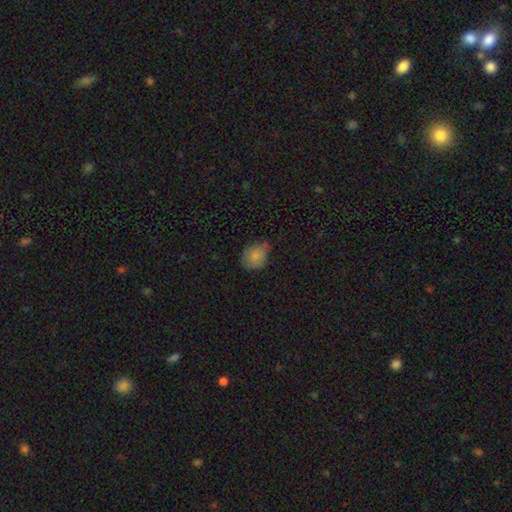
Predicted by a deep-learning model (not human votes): Overall: smooth (80%). How rounded: round (58%; in between 41%). Merging: none (52%; minor disturbance 36%).